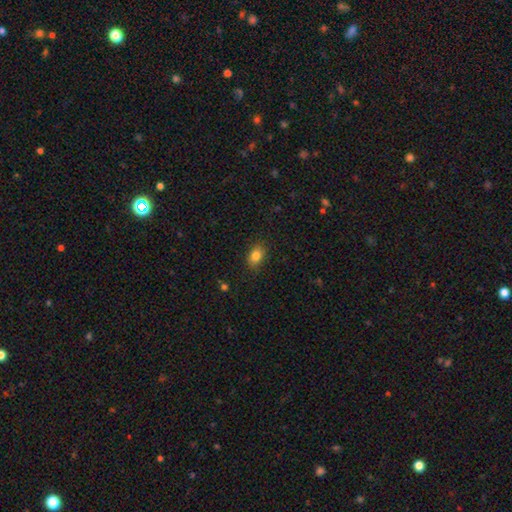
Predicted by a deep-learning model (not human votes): smooth_or_featured: smooth (p=0.83) [alt: star or artifact p=0.10]
how_rounded: in between (p=0.78) [alt: round p=0.20]
merging: none (p=0.86) [alt: minor disturbance p=0.11]